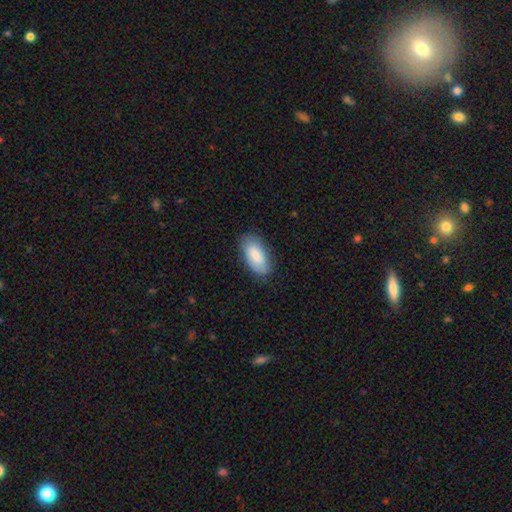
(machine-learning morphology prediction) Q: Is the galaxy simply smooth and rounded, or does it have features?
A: smooth — 82%.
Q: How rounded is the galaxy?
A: in between — 92%.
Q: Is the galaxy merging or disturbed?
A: none — 81%.